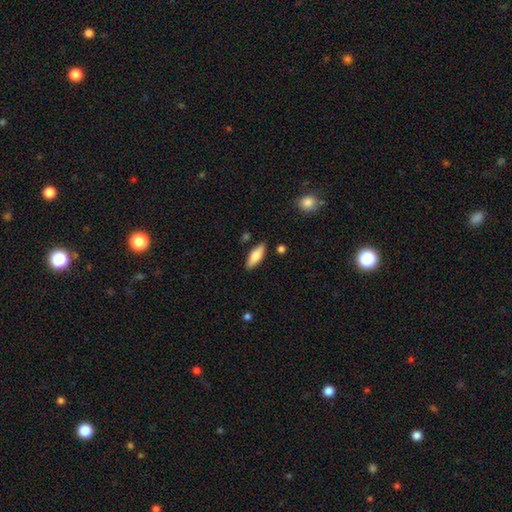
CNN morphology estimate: Smooth or featured? smooth (74%)
How rounded? in between (60%)
Merging? none (85%)